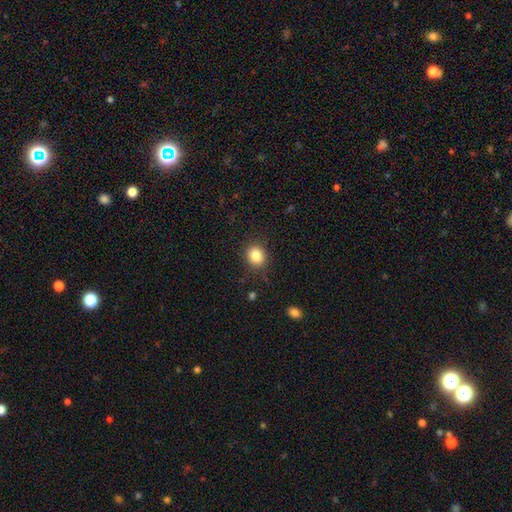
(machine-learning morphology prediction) A smooth galaxy with no disk features (84%) that is round (75%). Merging: none (86%).